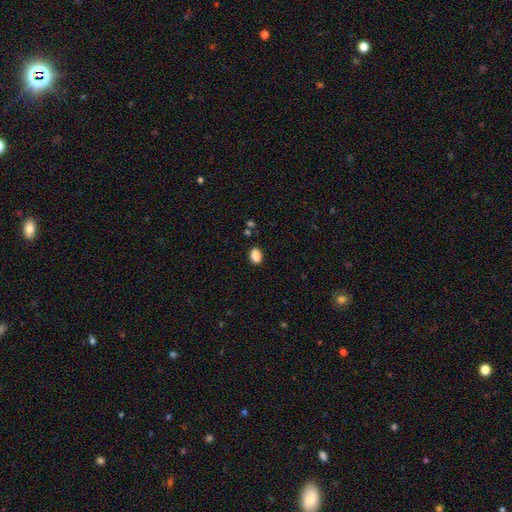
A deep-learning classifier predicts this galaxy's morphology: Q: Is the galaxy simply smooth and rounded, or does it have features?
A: smooth — 88%.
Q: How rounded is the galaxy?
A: in between — 81%.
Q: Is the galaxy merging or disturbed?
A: none — 86%.